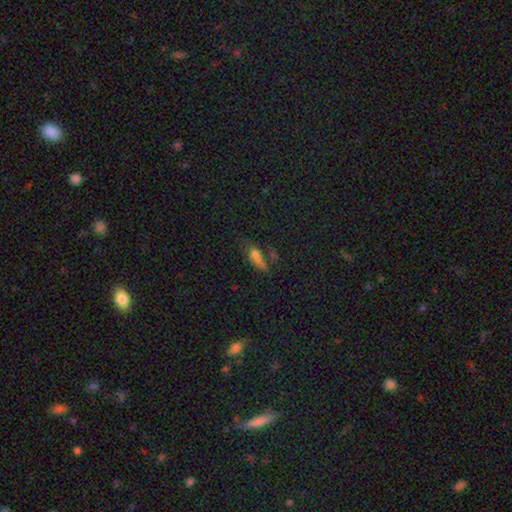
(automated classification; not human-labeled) Overall: smooth (58%; star or artifact 22%). How rounded: in between (54%; cigar-shaped 34%). Merging: none (50%; minor disturbance 23%).